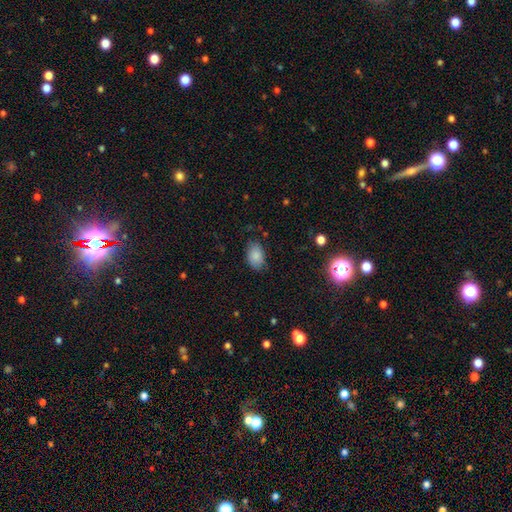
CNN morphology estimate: Smooth or featured? smooth (84%)
How rounded? in between (87%)
Merging? none (77%)